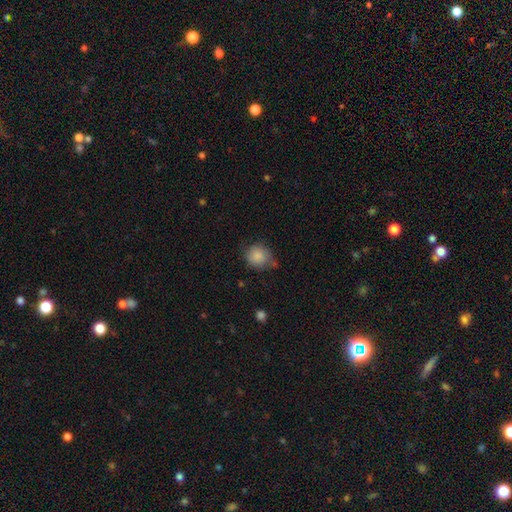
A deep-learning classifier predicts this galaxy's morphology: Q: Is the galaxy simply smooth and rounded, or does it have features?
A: smooth — 79%.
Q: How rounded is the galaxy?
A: round — 85%.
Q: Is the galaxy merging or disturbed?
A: none — 60%.